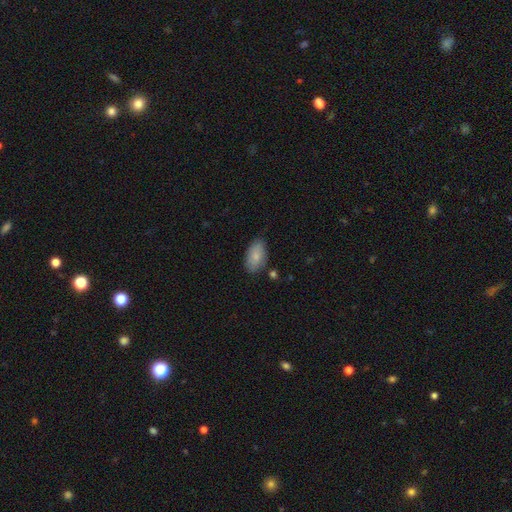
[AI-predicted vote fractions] Q: Smooth or featured?
A: smooth (81%); runner-up: featured or disk (13%)
Q: How rounded?
A: in between (94%); runner-up: round (4%)
Q: Merging?
A: none (77%); runner-up: minor disturbance (17%)